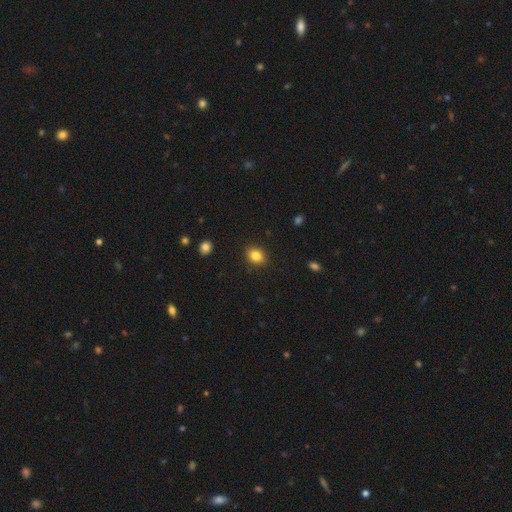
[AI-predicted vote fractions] Smooth or featured: smooth — 85% (star or artifact — 10%)
How rounded: round — 55% (in between — 44%)
Merging: none — 89% (minor disturbance — 8%)